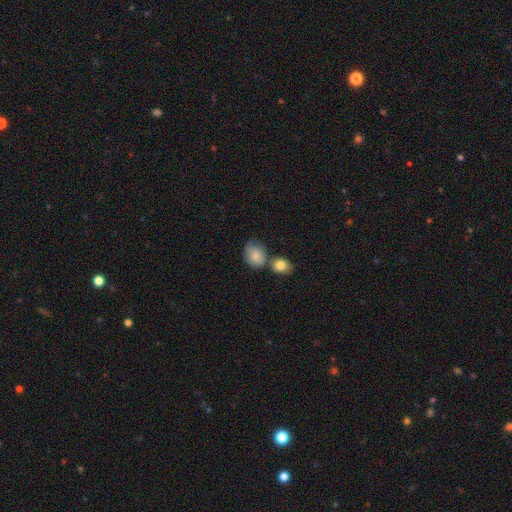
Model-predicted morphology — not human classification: This appears to be a smooth galaxy with no disk features (80%) that is in between round and cigar-shaped (58%). Merging: none (44%).